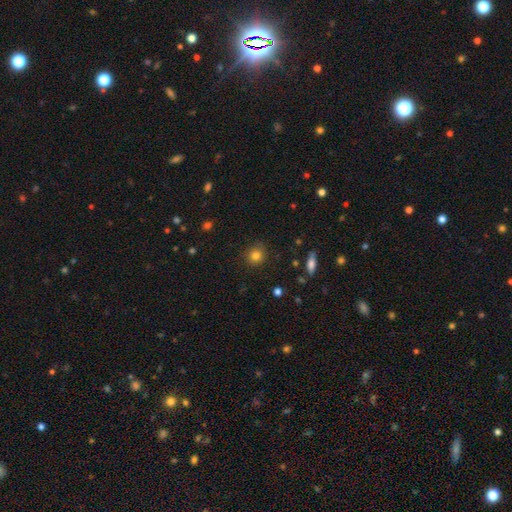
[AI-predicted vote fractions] The model was most divided on "merging": none: 83%, minor disturbance: 12%, major disturbance: 3%, merger: 1%. More confident: how rounded — round (86%); smooth or featured — smooth (82%).